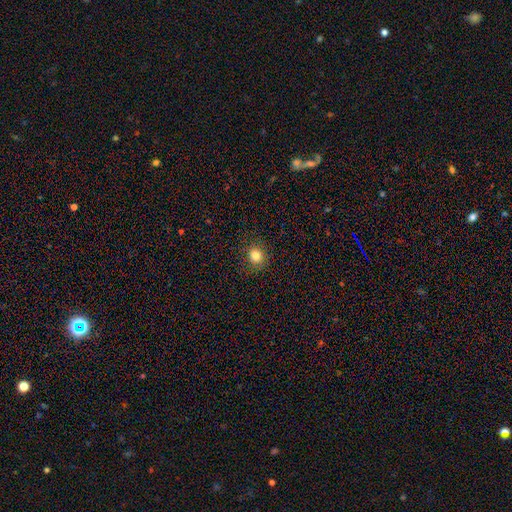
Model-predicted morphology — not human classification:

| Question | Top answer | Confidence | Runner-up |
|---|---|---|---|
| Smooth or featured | smooth | 83% | star or artifact (12%) |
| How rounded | round | 82% | in between (18%) |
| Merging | none | 87% | minor disturbance (9%) |